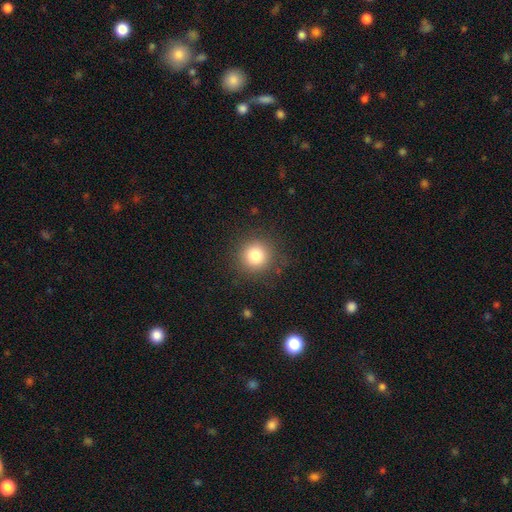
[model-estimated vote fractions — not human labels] This appears to be a smooth galaxy with no disk features (80%) that is round (93%). Merging: none (89%).